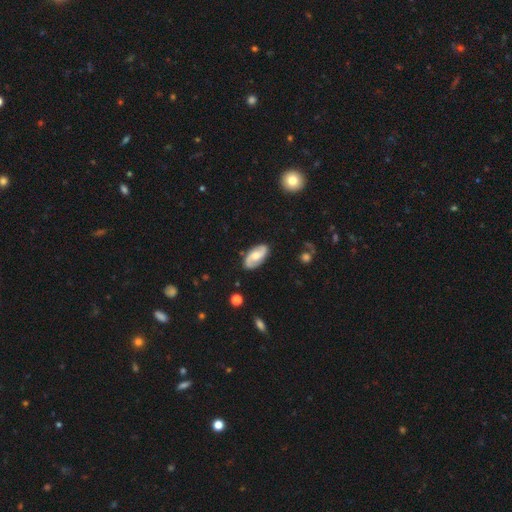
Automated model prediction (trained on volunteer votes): Overall: featured or disk (68%). Edge-on disk: no (95%). Bar: no (53%; weak 38%). Spiral arms: yes (93%). Spiral arm count: 2 (89%). Spiral winding: medium (42%; loose 35%). Bulge size: moderate (52%; small 28%). Merging: none (82%).